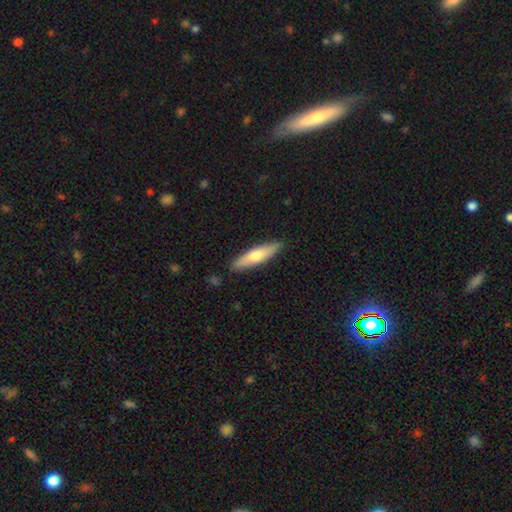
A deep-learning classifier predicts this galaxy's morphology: smooth 60%, featured or disk 35%, star or artifact 5%. Down the decision tree: how rounded — cigar-shaped (72%); merging — none (88%).